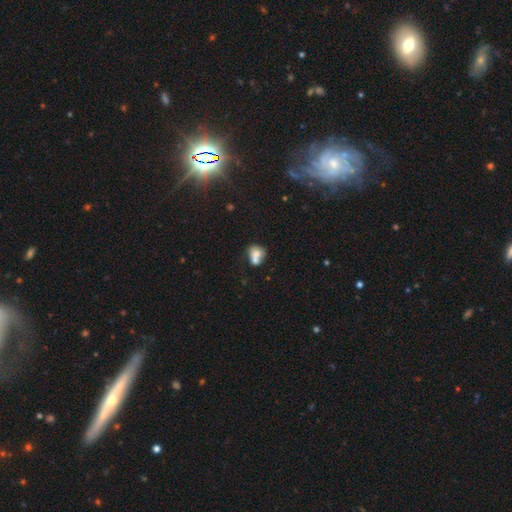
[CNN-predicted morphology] Q: Smooth or featured?
A: smooth (70%); runner-up: featured or disk (20%)
Q: How rounded?
A: in between (51%); runner-up: round (47%)
Q: Merging?
A: merger (55%); runner-up: none (26%)